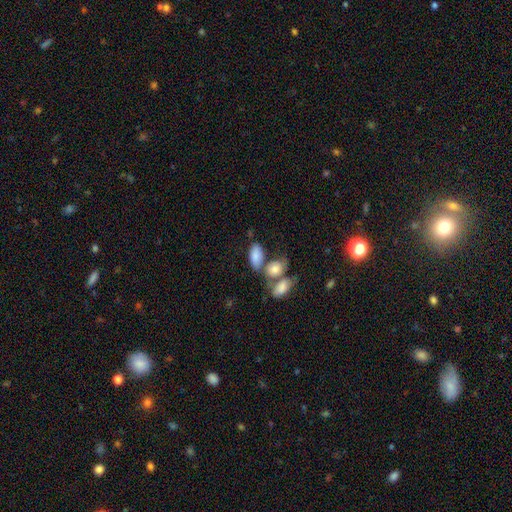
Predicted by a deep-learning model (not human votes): The model was most divided on "merging": none: 41%, merger: 37%, minor disturbance: 15%, major disturbance: 7%. More confident: how rounded — in between (90%); smooth or featured — smooth (80%).